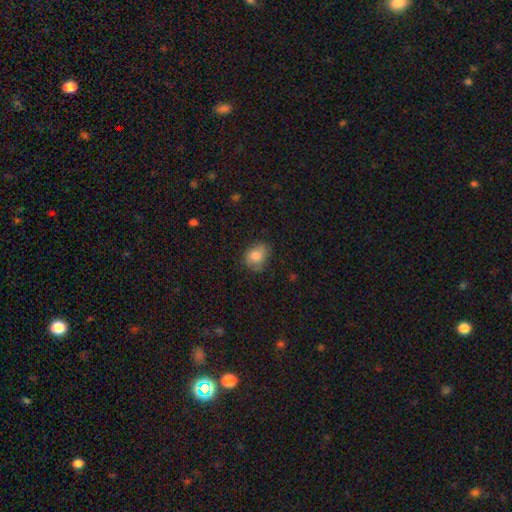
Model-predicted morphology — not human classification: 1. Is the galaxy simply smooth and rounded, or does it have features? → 79% smooth, 12% featured or disk, 9% star or artifact.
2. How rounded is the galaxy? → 53% in between, 46% round, 1% cigar-shaped.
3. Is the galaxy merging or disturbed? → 65% none, 27% minor disturbance, 7% major disturbance, 1% merger.